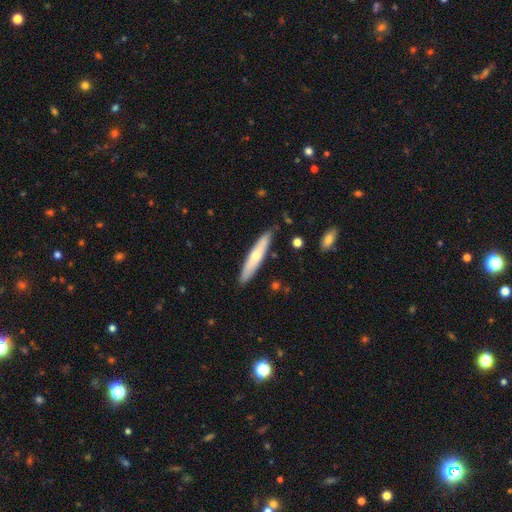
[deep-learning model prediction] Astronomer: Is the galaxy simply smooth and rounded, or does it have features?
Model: smooth — 53% (runner-up: featured or disk, 41%).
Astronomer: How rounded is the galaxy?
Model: cigar-shaped — 89%.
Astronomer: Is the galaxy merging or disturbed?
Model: none — 87%.